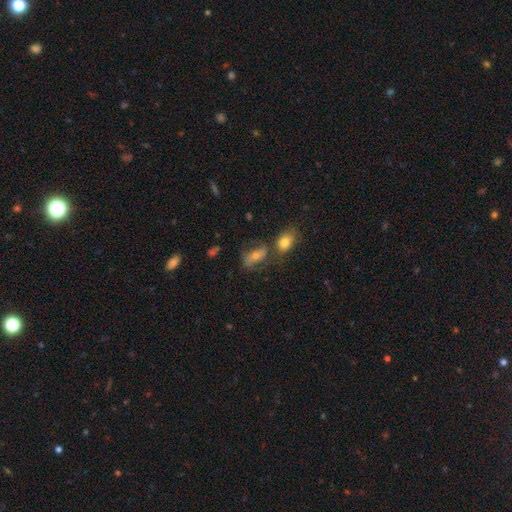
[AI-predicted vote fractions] A smooth galaxy with no disk features (54%) that is in between round and cigar-shaped (81%). Merging: none (46%).